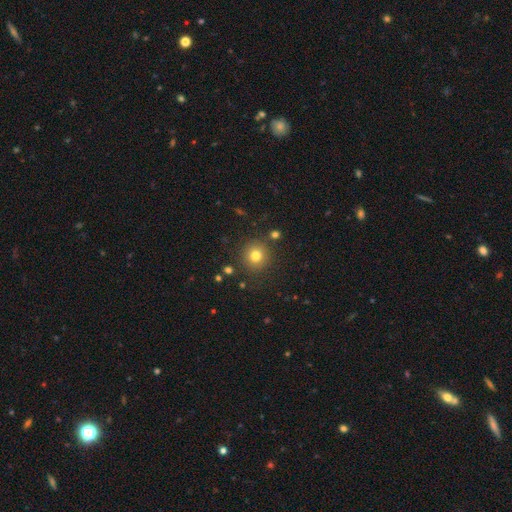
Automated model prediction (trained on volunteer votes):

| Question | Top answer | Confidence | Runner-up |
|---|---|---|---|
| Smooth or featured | smooth | 78% | star or artifact (14%) |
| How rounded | round | 93% | in between (6%) |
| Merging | none | 86% | minor disturbance (8%) |